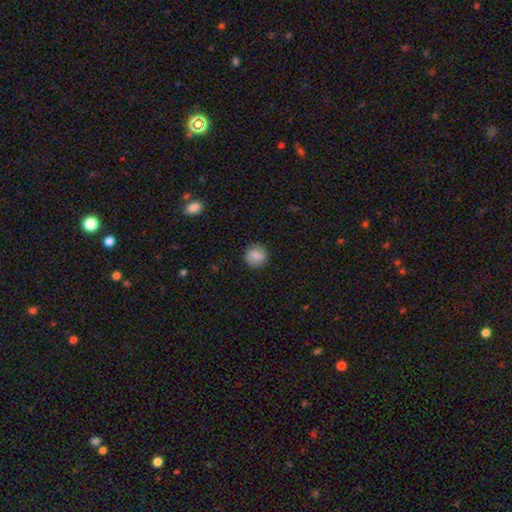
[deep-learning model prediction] This is clearly a smooth galaxy (88%). How rounded: clearly round (92%). Merging: clearly none (90%).